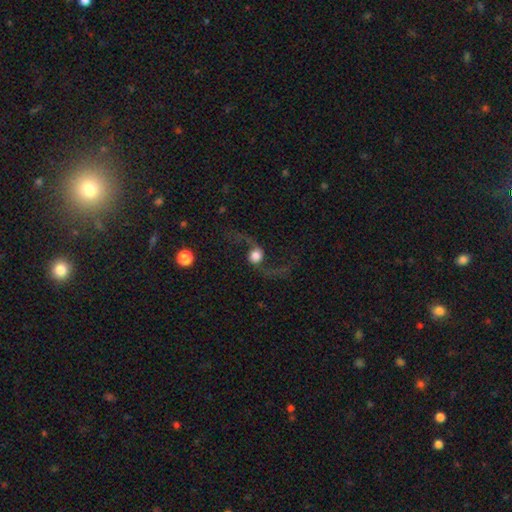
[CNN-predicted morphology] Q: Smooth or featured?
A: featured or disk (72%); runner-up: smooth (19%)
Q: Edge-on disk?
A: no (93%); runner-up: yes (7%)
Q: Bar?
A: no (71%); runner-up: weak (22%)
Q: Spiral arms?
A: yes (93%); runner-up: no (7%)
Q: Spiral winding?
A: loose (94%); runner-up: medium (5%)
Q: Spiral arm count?
A: 2 (93%); runner-up: 1 (3%)
Q: Bulge size?
A: large (42%); runner-up: dominant (28%)
Q: Merging?
A: none (61%); runner-up: major disturbance (22%)